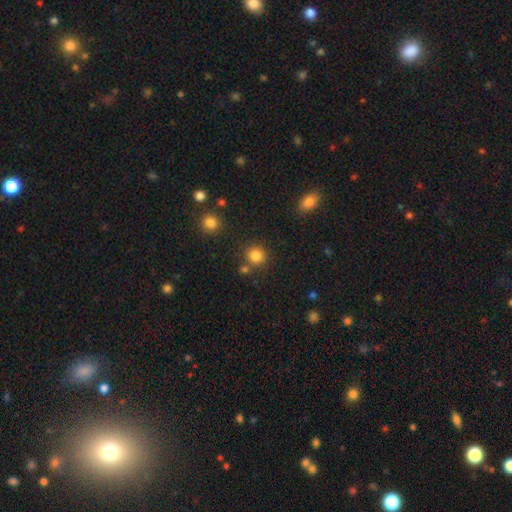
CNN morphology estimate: Smooth or featured?
  - smooth: 83% *
  - star or artifact: 12%
  - featured or disk: 5%
How rounded?
  - round: 89% *
  - in between: 10%
  - cigar-shaped: 1%
Merging?
  - none: 78% *
  - merger: 10%
  - minor disturbance: 9%
  - major disturbance: 3%